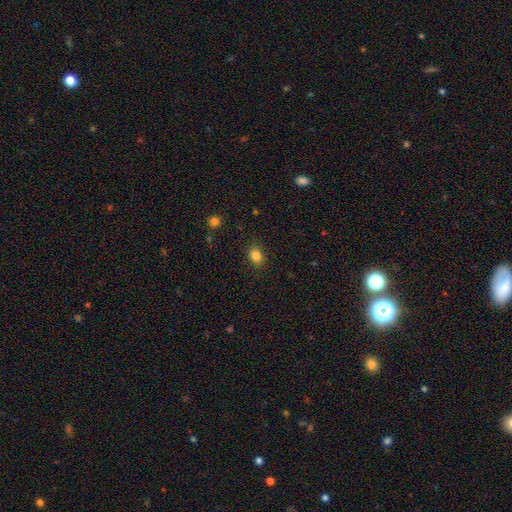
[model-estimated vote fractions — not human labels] smooth-or-featured: smooth: 85% | star or artifact: 11% | featured or disk: 5%
  how-rounded: in between: 55% | round: 44% | cigar-shaped: 1%
  merging: none: 86% | minor disturbance: 10% | major disturbance: 3% | merger: 1%